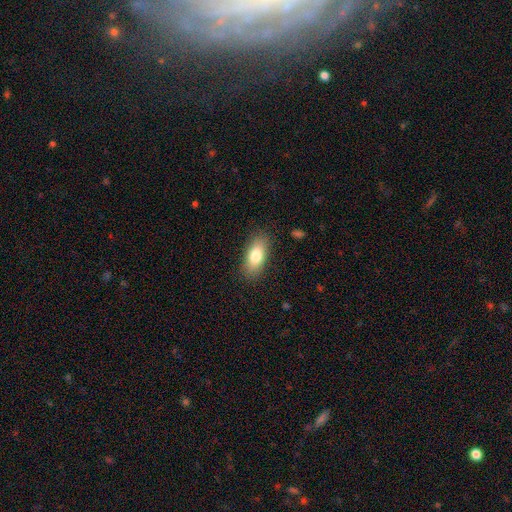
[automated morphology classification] smooth_or_featured: smooth (p=0.79) [alt: featured or disk p=0.14]
how_rounded: in between (p=0.84) [alt: cigar-shaped p=0.12]
merging: none (p=0.86) [alt: minor disturbance p=0.10]